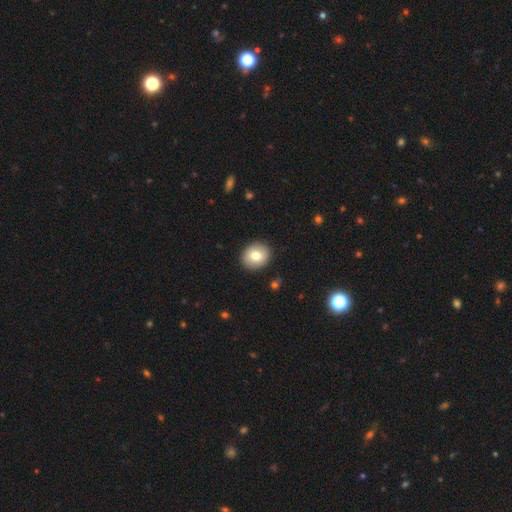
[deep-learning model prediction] smooth-or-featured: smooth: 79% | featured or disk: 13% | star or artifact: 8%
  how-rounded: round: 68% | in between: 31% | cigar-shaped: 1%
  merging: none: 91% | minor disturbance: 7% | major disturbance: 2% | merger: 1%